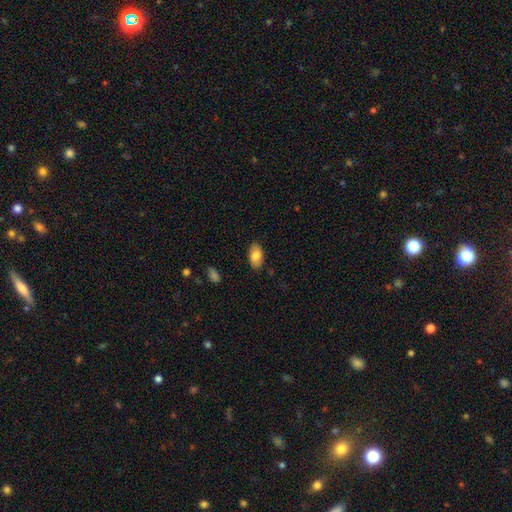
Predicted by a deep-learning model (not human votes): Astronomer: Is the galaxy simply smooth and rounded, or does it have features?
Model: smooth — 81%.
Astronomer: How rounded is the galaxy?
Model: in between — 94%.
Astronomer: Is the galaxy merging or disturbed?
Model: none — 86%.